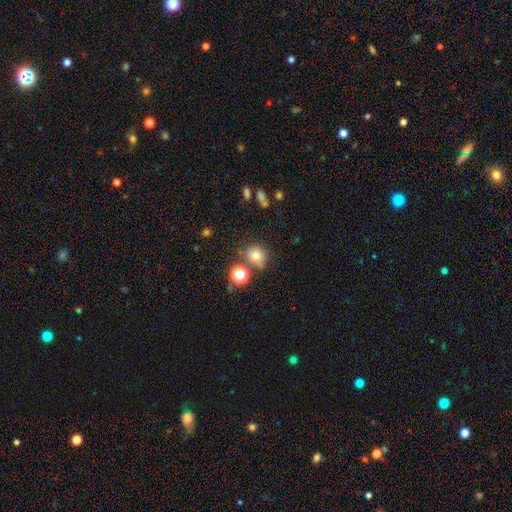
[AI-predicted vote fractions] Overall: smooth (74%). How rounded: round (82%). Merging: none (68%).